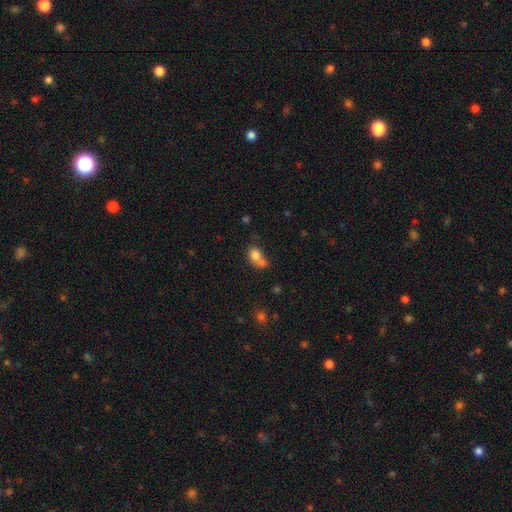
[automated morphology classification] Q: Smooth or featured?
A: smooth (77%); runner-up: featured or disk (13%)
Q: How rounded?
A: in between (56%); runner-up: round (43%)
Q: Merging?
A: merger (54%); runner-up: none (27%)